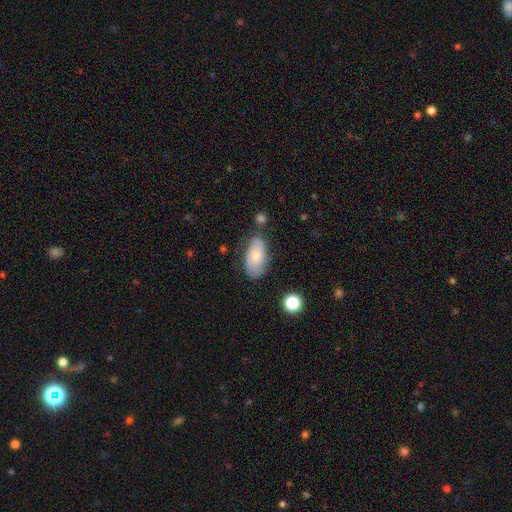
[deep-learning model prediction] A smooth galaxy with no disk features (65%) that is in between round and cigar-shaped (93%).

Vote fractions:
- Smooth or featured? smooth: 65% / featured or disk: 28% / star or artifact: 7%
- How rounded? in between: 93% / round: 4% / cigar-shaped: 3%
- Merging? none: 65% / minor disturbance: 24% / major disturbance: 6% / merger: 5%